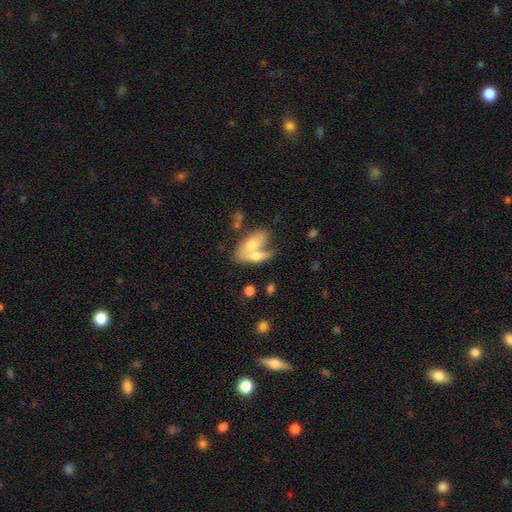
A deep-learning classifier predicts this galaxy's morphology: A smooth galaxy with no disk features (63%) that is in between round and cigar-shaped (74%). Merging: merger (58%).